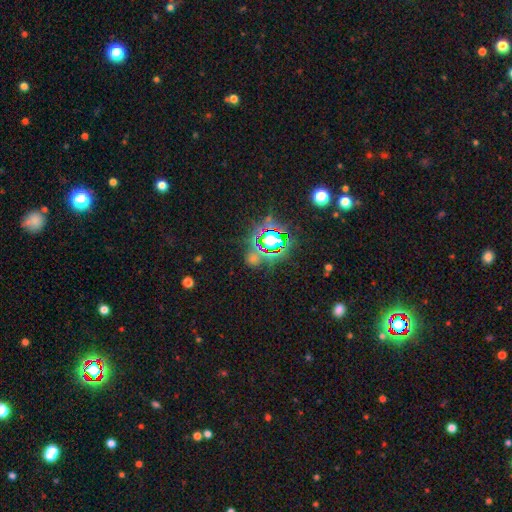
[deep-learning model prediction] Smooth or featured?
  - star or artifact: 68% *
  - smooth: 23%
  - featured or disk: 9%